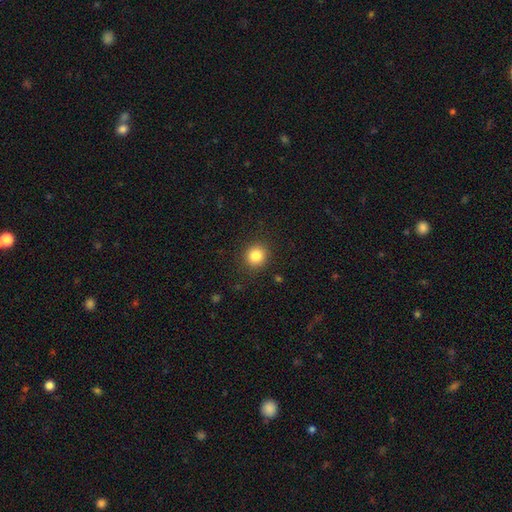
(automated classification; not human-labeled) smooth-or-featured: smooth: 84% | star or artifact: 11% | featured or disk: 5%
  how-rounded: round: 87% | in between: 12% | cigar-shaped: 1%
  merging: none: 89% | minor disturbance: 7% | major disturbance: 3% | merger: 1%